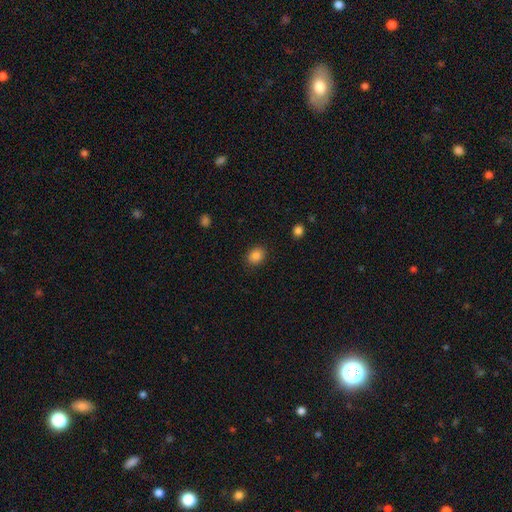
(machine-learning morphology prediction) This is clearly a smooth galaxy (86%). How rounded: possibly round (55%). Merging: clearly none (88%).